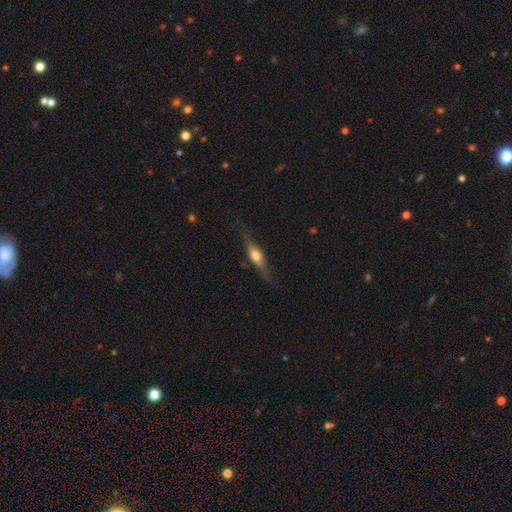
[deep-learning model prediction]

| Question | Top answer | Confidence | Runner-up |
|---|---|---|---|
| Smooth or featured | featured or disk | 50% | smooth (44%) |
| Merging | none | 78% | minor disturbance (16%) |